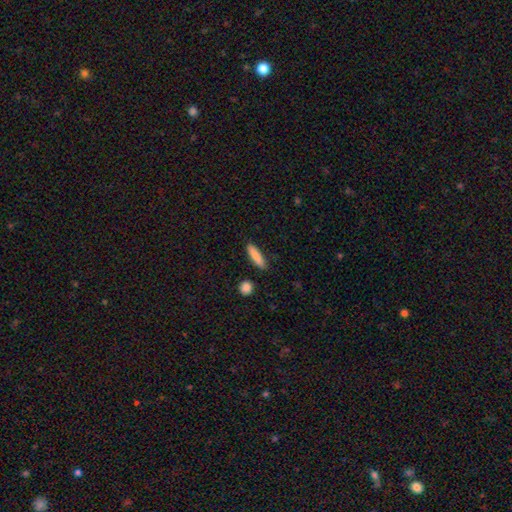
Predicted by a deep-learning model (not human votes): Smooth or featured? Predicted: smooth (p=0.86). How rounded? Predicted: cigar-shaped (p=0.77). Merging? Predicted: none (p=0.88).